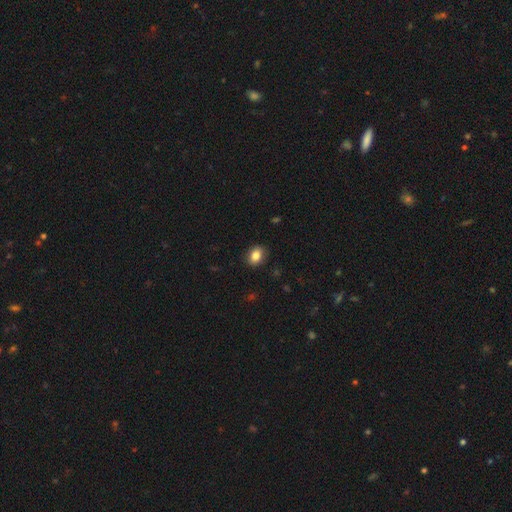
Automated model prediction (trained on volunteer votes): This is clearly a smooth galaxy (84%). How rounded: likely in between (62%). Merging: clearly none (87%).